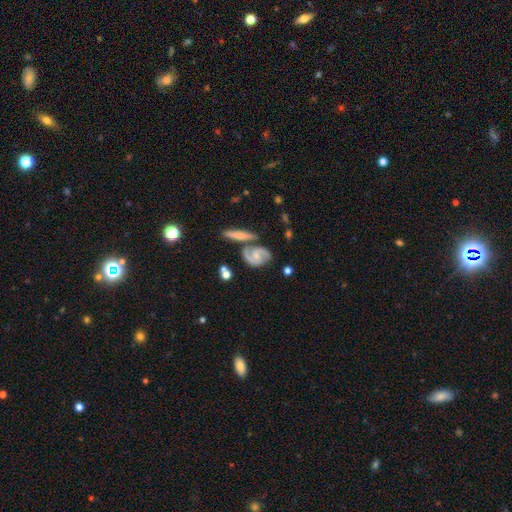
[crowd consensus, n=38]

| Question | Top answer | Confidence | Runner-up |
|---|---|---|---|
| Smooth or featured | featured or disk | 95% | smooth (3%) |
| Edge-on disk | no | 97% | yes (3%) |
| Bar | no | 57% | weak (34%) |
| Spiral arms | yes | 97% | no (3%) |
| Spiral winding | medium | 59% | tight (32%) |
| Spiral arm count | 2 | 97% | 1 (3%) |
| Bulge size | small | 57% | moderate (26%) |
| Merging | none | 54% | minor disturbance (27%) |